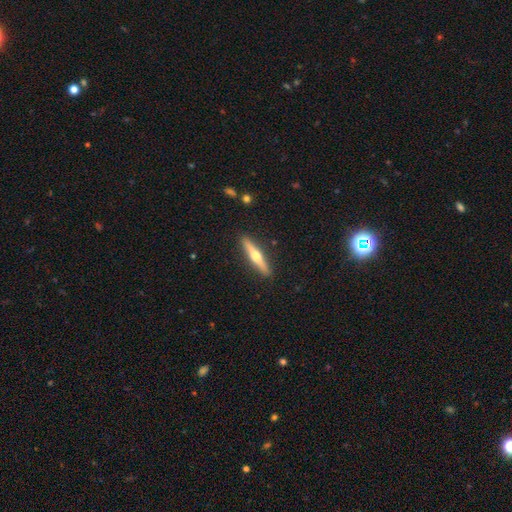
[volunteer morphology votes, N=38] Smooth or featured?
  - featured or disk: 76% *
  - smooth: 13%
  - star or artifact: 11%
Edge-on disk?
  - yes: 100% *
  - no: 0%
Edge-on bulge?
  - rounded: 100% *
  - boxy: 0%
  - none: 0%
Merging?
  - none: 97% *
  - minor disturbance: 3%
  - major disturbance: 0%
  - merger: 0%